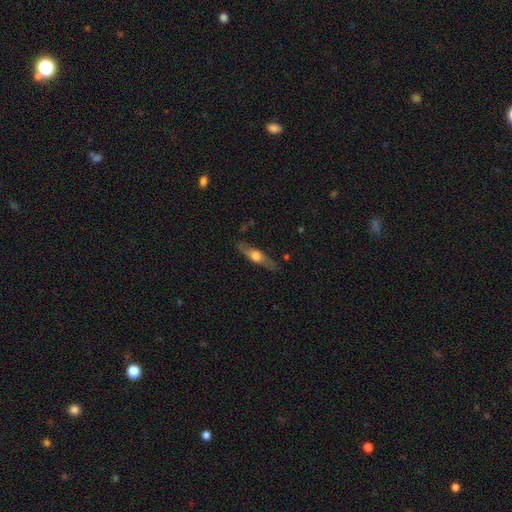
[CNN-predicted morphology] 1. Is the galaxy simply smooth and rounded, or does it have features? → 56% featured or disk, 38% smooth, 6% star or artifact.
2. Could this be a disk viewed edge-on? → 82% yes, 18% no.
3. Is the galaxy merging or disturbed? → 79% none, 15% minor disturbance, 4% major disturbance, 2% merger.